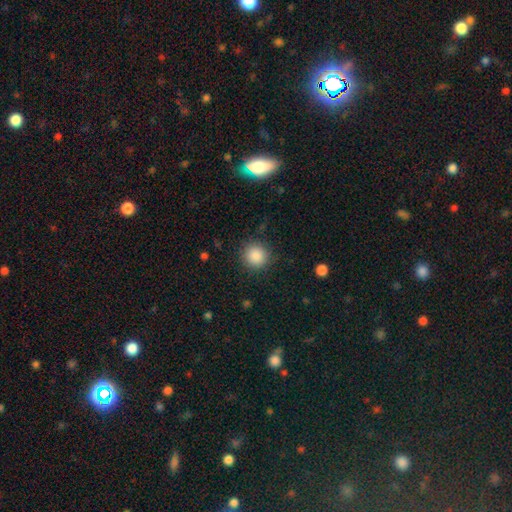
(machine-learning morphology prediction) Smooth or featured? smooth (88%)
How rounded? round (94%)
Merging? none (88%)